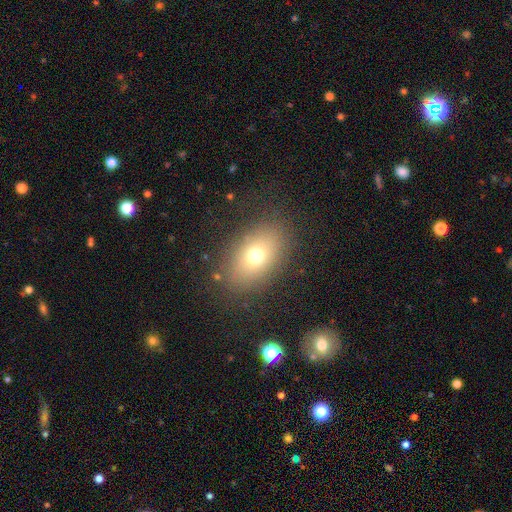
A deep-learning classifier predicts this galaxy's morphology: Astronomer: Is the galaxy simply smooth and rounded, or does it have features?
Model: smooth — 71%.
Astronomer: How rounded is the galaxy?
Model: in between — 82%.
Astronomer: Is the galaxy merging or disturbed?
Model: none — 83%.